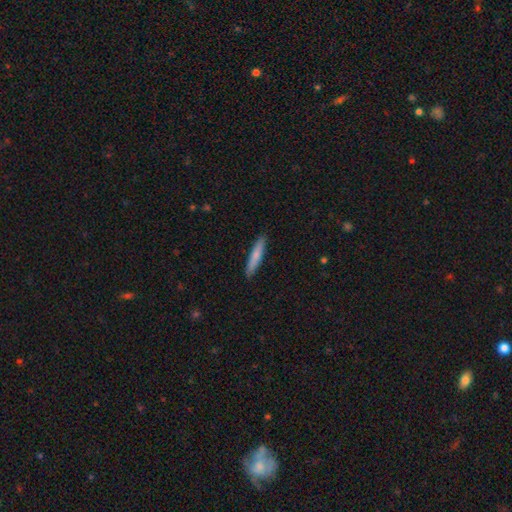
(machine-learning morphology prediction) Smooth or featured: smooth — 74% (featured or disk — 20%)
How rounded: cigar-shaped — 91% (in between — 7%)
Merging: none — 91% (minor disturbance — 7%)